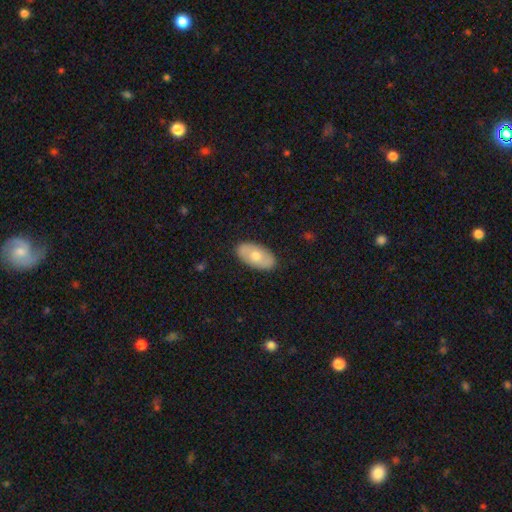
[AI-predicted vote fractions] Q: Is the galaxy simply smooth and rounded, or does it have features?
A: smooth — 60%.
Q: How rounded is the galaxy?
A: in between — 93%.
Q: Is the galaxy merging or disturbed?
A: none — 88%.